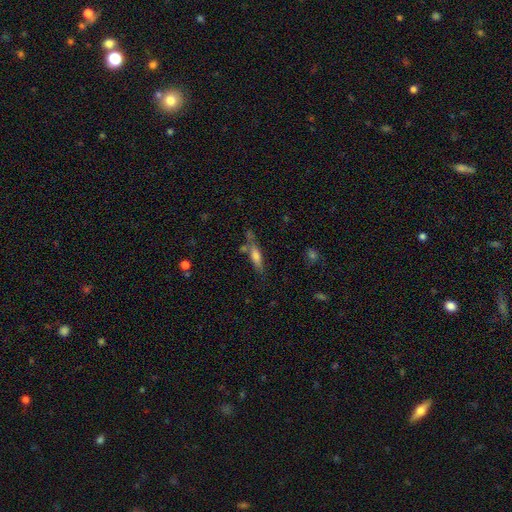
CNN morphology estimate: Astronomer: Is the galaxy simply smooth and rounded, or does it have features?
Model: smooth — 59%.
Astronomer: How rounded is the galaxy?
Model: cigar-shaped — 69%.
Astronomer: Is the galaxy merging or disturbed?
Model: none — 60%.